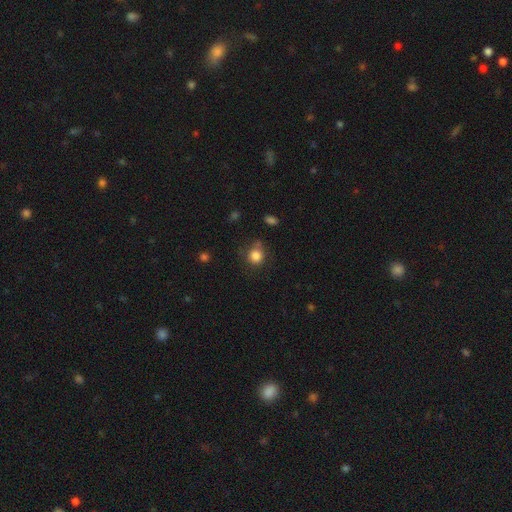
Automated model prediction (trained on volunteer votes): A smooth galaxy with no disk features (83%) that is round (85%). Merging: none (68%).